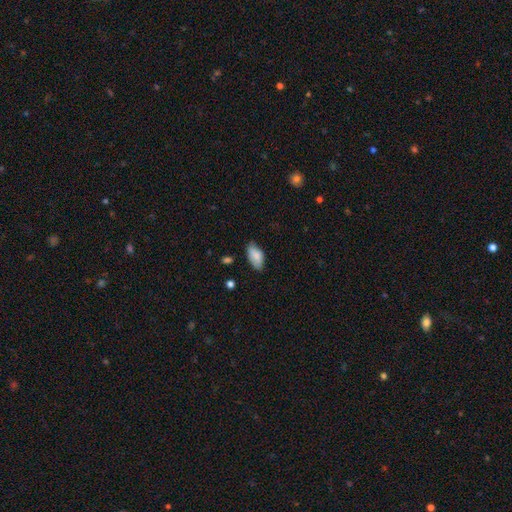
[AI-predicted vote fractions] This is clearly a smooth galaxy (81%). How rounded: clearly in between (93%). Merging: likely none (68%).